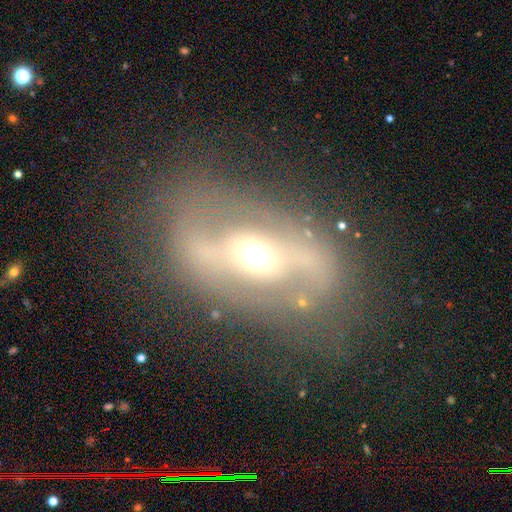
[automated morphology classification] Overall: featured or disk (77%). Edge-on disk: no (91%). Bar: strong (45%; weak 31%). Spiral arms: yes (62%; no 38%). Bulge size: moderate (68%). Merging: none (71%).